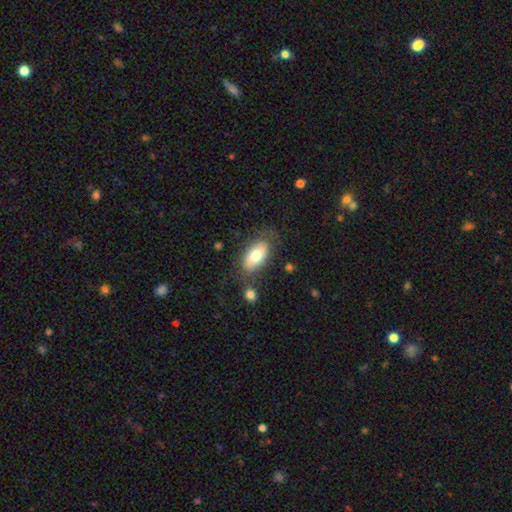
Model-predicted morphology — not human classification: type=smooth (71%); roundness=in between (91%); merging=none (71%).